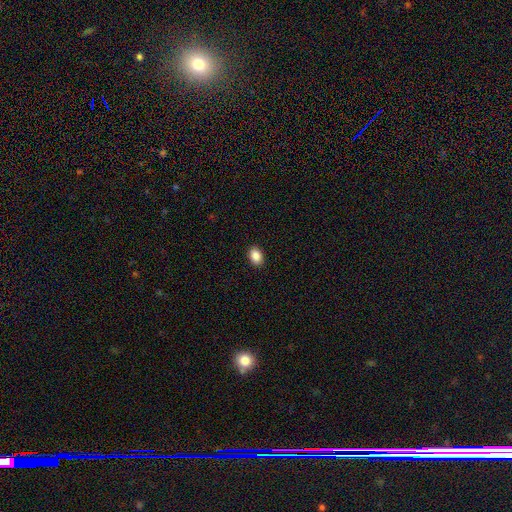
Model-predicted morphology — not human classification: This is clearly a smooth galaxy (88%). How rounded: clearly in between (82%). Merging: clearly none (91%).